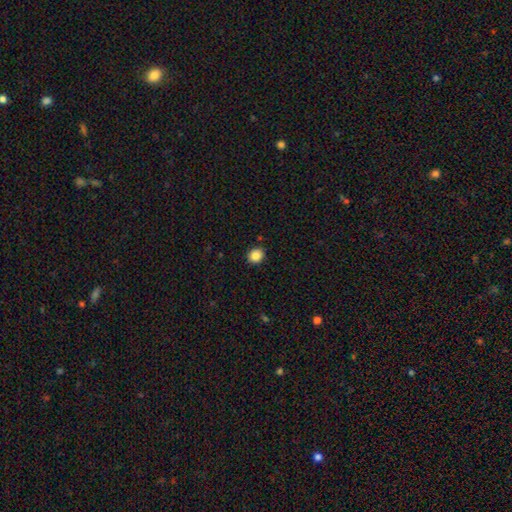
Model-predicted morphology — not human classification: A smooth galaxy with no disk features (87%) that is round (76%).

Vote fractions:
- Smooth or featured? smooth: 87% / star or artifact: 10% / featured or disk: 4%
- How rounded? round: 76% / in between: 23% / cigar-shaped: 1%
- Merging? none: 90% / minor disturbance: 7% / major disturbance: 2% / merger: 1%